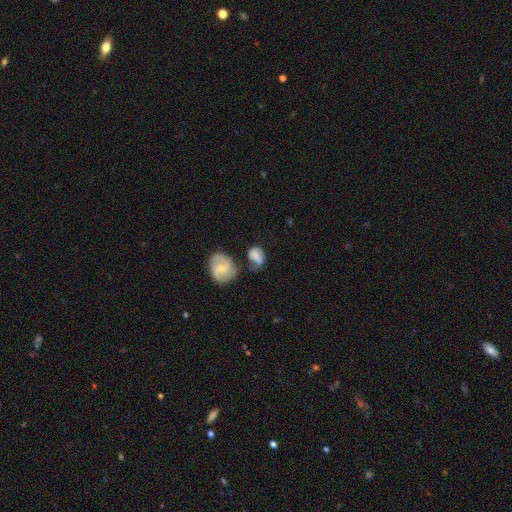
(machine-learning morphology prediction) Smooth or featured: smooth — 51% (featured or disk — 40%)
How rounded: in between — 61% (round — 37%)
Merging: none — 36% (merger — 27%)